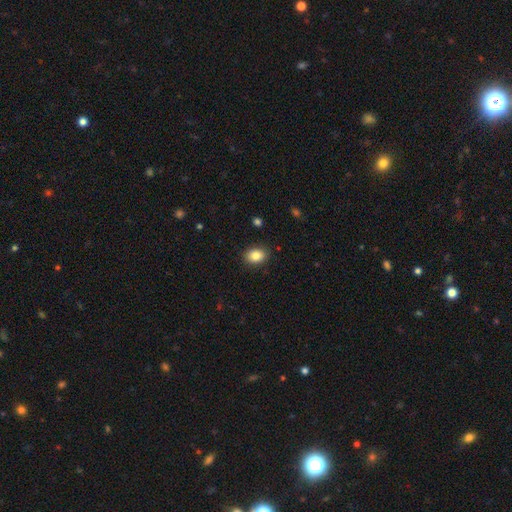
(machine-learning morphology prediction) type=smooth (85%); roundness=in between (74%); merging=none (88%).